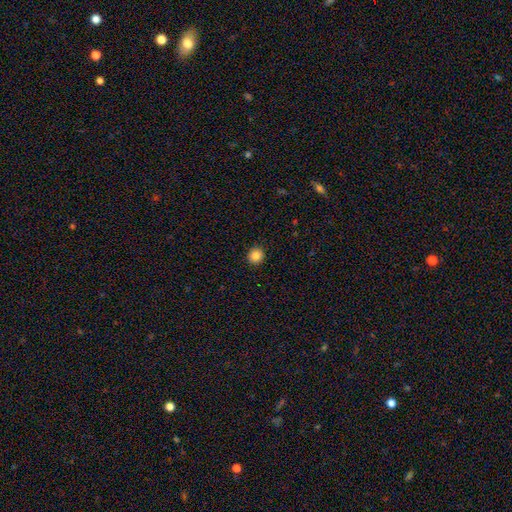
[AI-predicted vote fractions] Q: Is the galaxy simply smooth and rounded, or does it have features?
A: smooth — 85%.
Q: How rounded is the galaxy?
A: round — 88%.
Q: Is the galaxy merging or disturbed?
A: none — 92%.